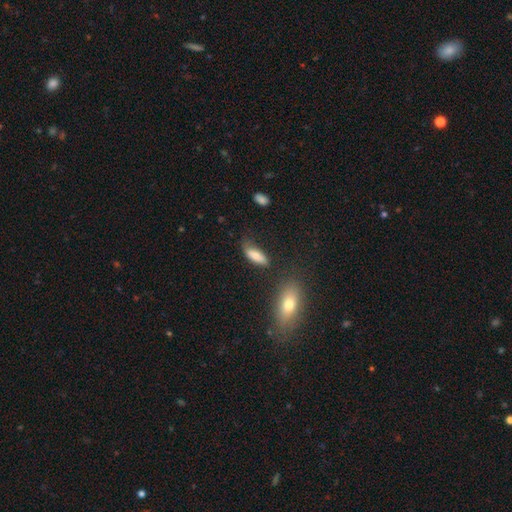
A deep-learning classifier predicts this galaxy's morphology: The model was most divided on "merging": none: 50%, minor disturbance: 31%, major disturbance: 13%, merger: 6%. More confident: smooth or featured — smooth (75%); how rounded — in between (68%).